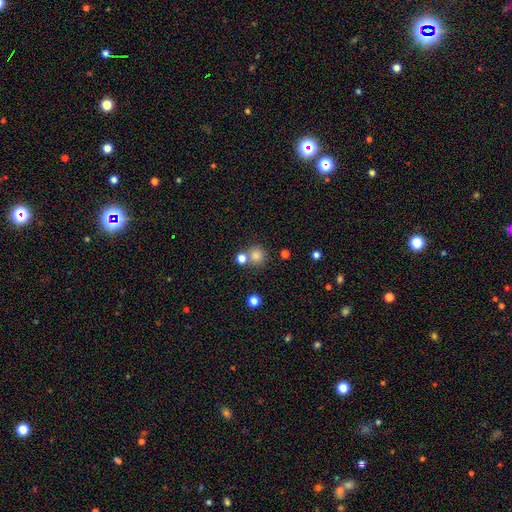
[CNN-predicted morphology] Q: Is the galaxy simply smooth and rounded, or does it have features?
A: smooth — 80%.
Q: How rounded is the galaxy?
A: round — 91%.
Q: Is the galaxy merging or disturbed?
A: none — 67%.